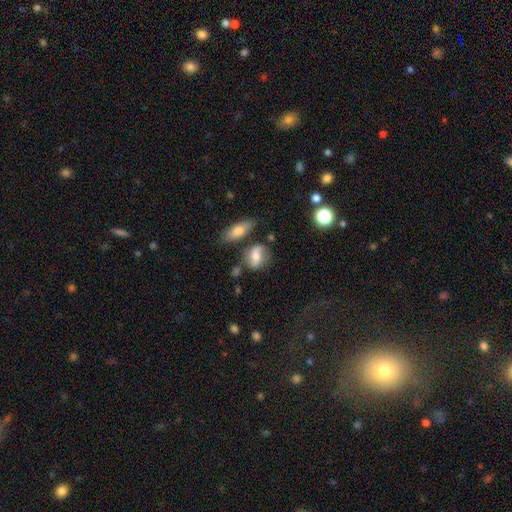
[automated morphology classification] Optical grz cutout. It shows a smooth galaxy with no disk features (55%) that is in between round and cigar-shaped (61%). Merging: none (59%).